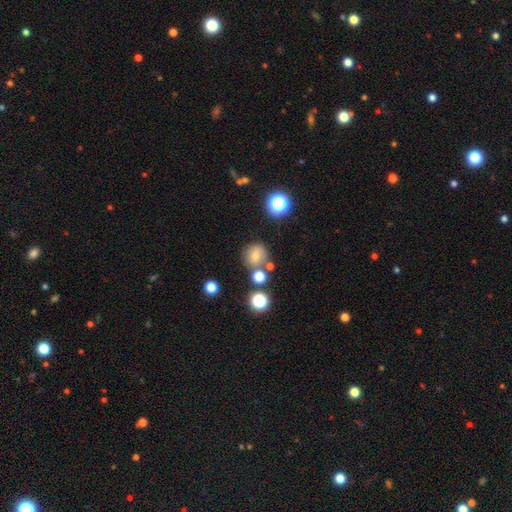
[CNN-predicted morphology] Smooth or featured? smooth (67%)
How rounded? round (90%)
Merging? none (71%)